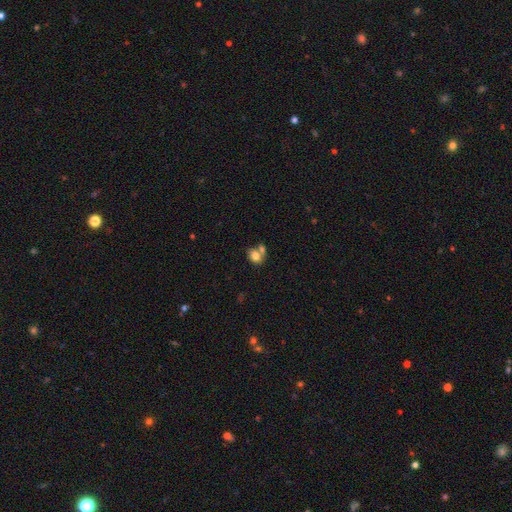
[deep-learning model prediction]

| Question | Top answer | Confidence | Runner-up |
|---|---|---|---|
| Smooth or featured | smooth | 79% | featured or disk (12%) |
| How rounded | in between | 55% | round (44%) |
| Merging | merger | 44% | none (40%) |